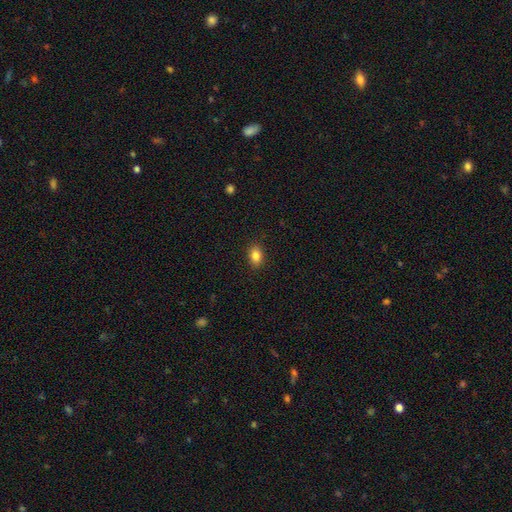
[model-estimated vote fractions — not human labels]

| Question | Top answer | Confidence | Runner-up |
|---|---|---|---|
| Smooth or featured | smooth | 85% | star or artifact (9%) |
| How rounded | in between | 80% | round (19%) |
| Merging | none | 88% | minor disturbance (8%) |